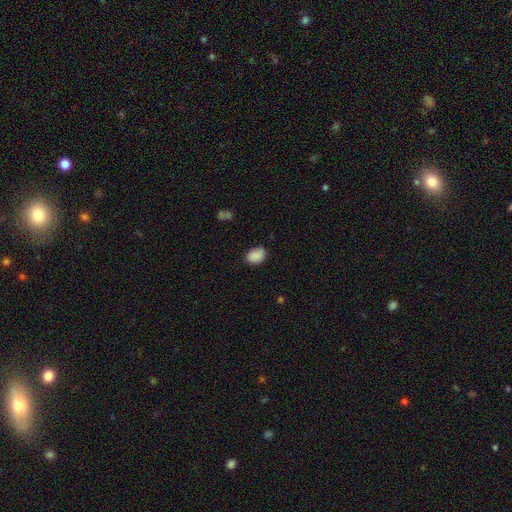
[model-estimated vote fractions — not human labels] A smooth galaxy with no disk features (87%) that is in between round and cigar-shaped (74%).

Vote fractions:
- Smooth or featured? smooth: 87% / star or artifact: 8% / featured or disk: 4%
- How rounded? in between: 74% / round: 25% / cigar-shaped: 1%
- Merging? none: 73% / minor disturbance: 21% / major disturbance: 4% / merger: 2%